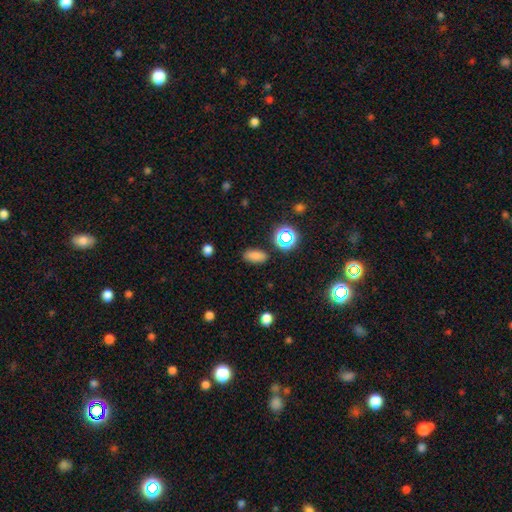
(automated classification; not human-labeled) This is likely a smooth galaxy (79%). How rounded: clearly in between (86%). Merging: clearly none (85%).